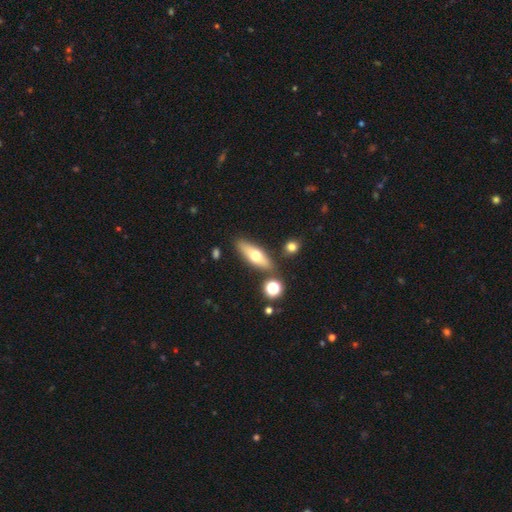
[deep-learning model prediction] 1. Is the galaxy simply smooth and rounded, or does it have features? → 55% smooth, 38% featured or disk, 8% star or artifact.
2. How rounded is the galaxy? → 50% in between, 46% cigar-shaped, 4% round.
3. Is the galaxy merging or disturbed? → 81% none, 10% minor disturbance, 5% merger, 3% major disturbance.